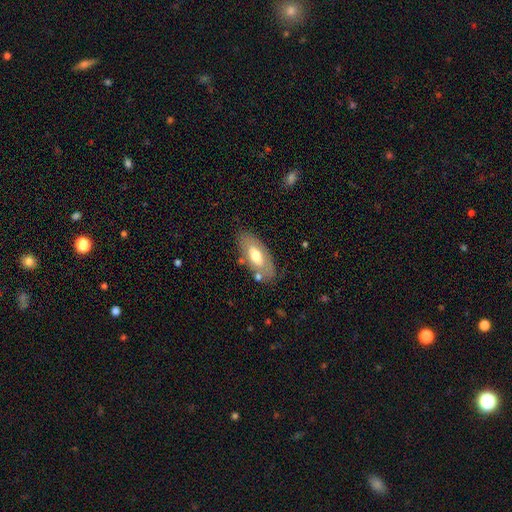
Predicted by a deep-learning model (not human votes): A smooth galaxy with no disk features (57%) that is in between round and cigar-shaped (88%). Merging: none (76%).